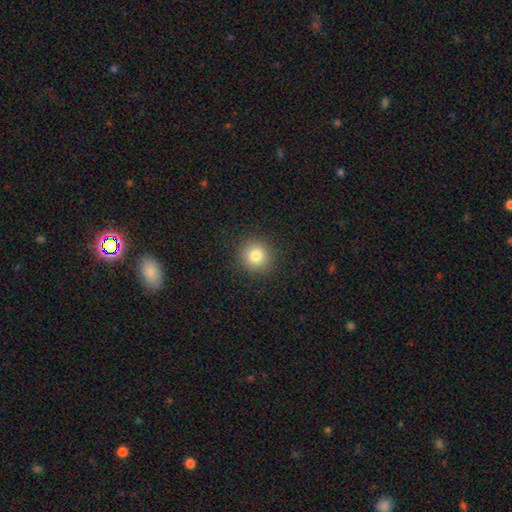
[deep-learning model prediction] smooth 81%, star or artifact 12%, featured or disk 8%. Down the decision tree: how rounded — round (93%); merging — none (91%).